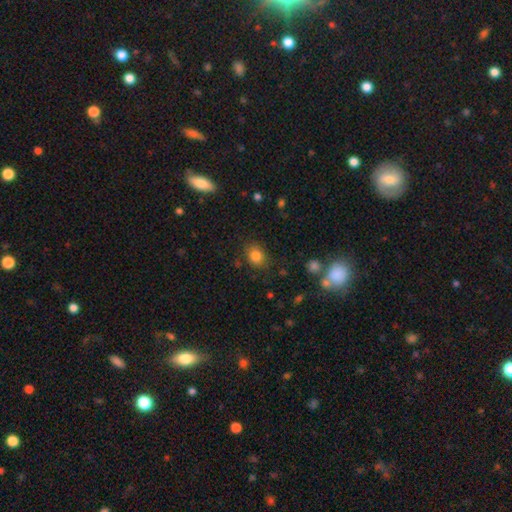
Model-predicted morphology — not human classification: This is clearly a smooth galaxy (82%). How rounded: possibly round (54%). Merging: clearly none (80%).